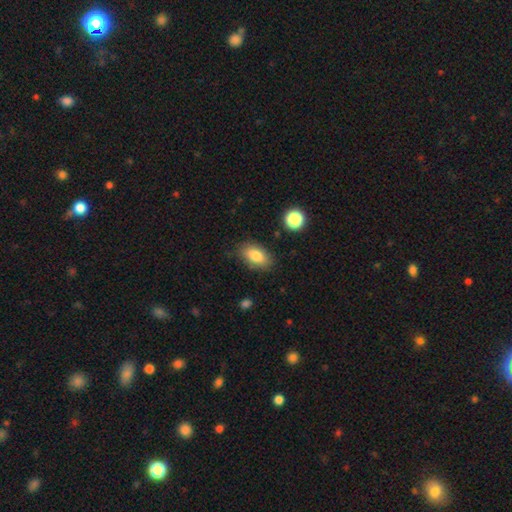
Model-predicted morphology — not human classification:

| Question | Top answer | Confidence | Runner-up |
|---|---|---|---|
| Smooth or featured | smooth | 82% | featured or disk (10%) |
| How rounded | in between | 90% | round (7%) |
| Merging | none | 82% | minor disturbance (13%) |